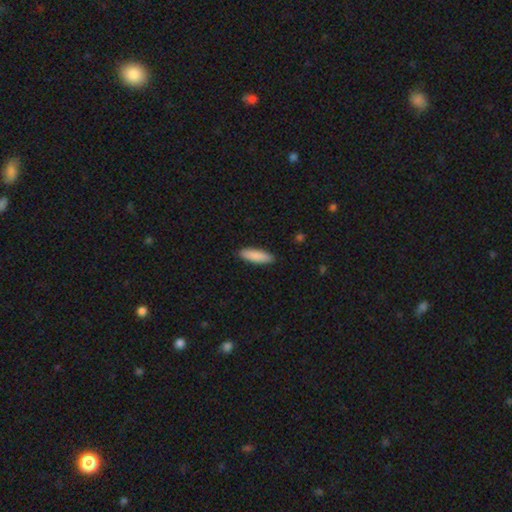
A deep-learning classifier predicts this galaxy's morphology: smooth_or_featured: smooth (p=0.89) [alt: featured or disk p=0.06]
how_rounded: cigar-shaped (p=0.52) [alt: in between p=0.46]
merging: none (p=0.90) [alt: minor disturbance p=0.07]